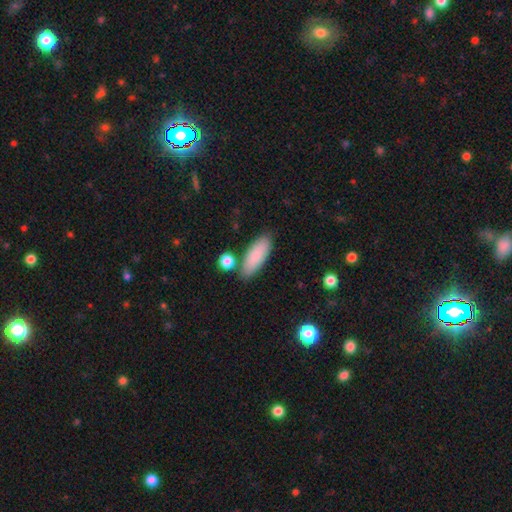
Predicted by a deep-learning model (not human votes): smooth 85%, featured or disk 9%, star or artifact 6%. Down the decision tree: how rounded — in between (69%); merging — none (80%).